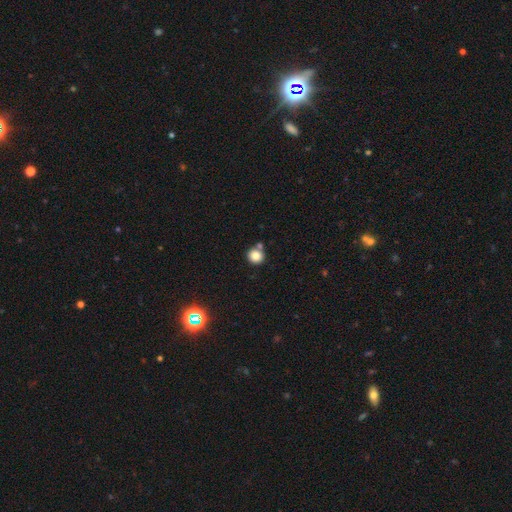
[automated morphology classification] Smooth or featured: smooth — 83% (star or artifact — 11%)
How rounded: round — 89% (in between — 10%)
Merging: none — 67% (merger — 20%)